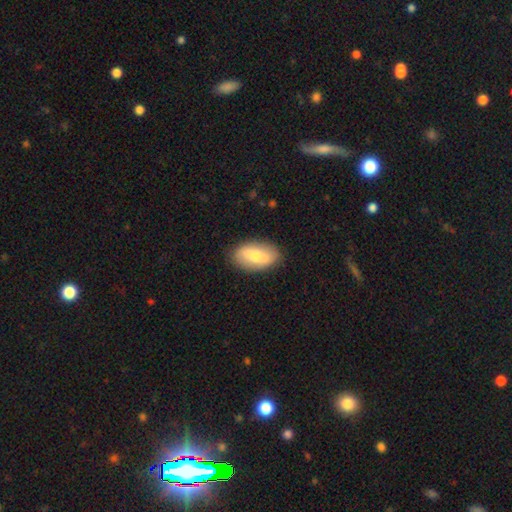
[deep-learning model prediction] Overall: smooth (62%; featured or disk 31%). How rounded: in between (90%). Merging: none (84%).